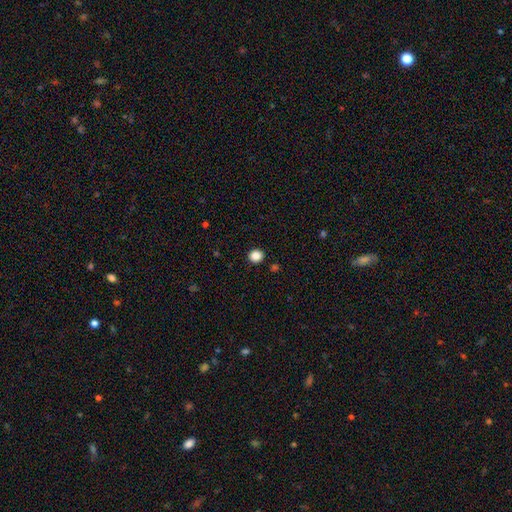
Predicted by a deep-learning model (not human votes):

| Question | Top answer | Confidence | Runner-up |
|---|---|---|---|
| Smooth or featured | smooth | 86% | star or artifact (11%) |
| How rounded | round | 87% | in between (13%) |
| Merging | none | 92% | minor disturbance (5%) |